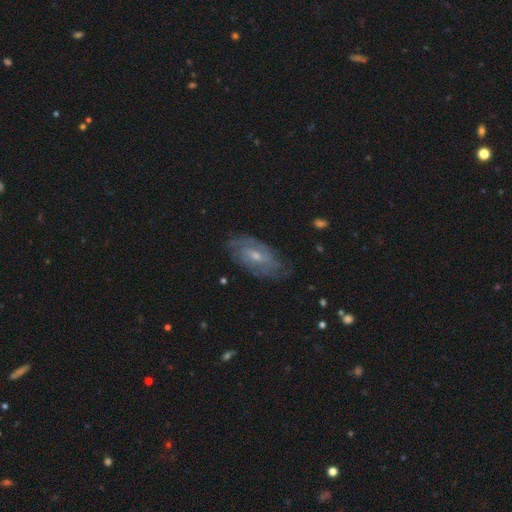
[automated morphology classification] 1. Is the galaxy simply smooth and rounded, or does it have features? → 76% featured or disk, 16% smooth, 8% star or artifact.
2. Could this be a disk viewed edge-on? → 93% no, 7% yes.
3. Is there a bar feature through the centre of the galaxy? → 48% no, 43% weak, 9% strong.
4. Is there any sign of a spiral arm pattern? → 90% yes, 10% no.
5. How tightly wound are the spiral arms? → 59% tight, 32% medium, 9% loose.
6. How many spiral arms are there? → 40% 2, 38% can't tell, 10% 3, 4% 4, 4% 1, 3% more than 4.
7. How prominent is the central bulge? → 50% small, 45% moderate, 3% none, 2% large, 1% dominant.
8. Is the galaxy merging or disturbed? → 77% none, 17% minor disturbance, 5% major disturbance, 1% merger.